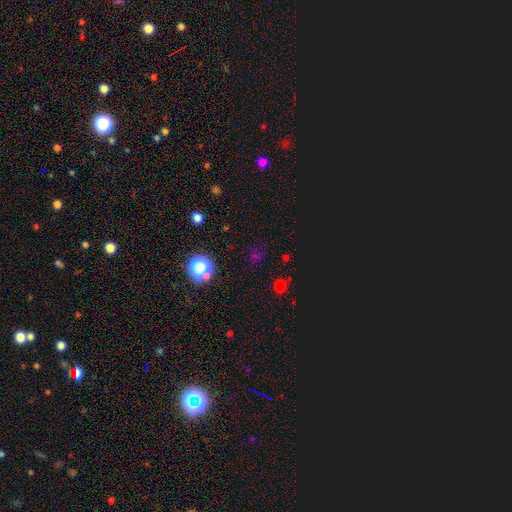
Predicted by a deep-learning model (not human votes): Morphology: type=star or artifact (52%).